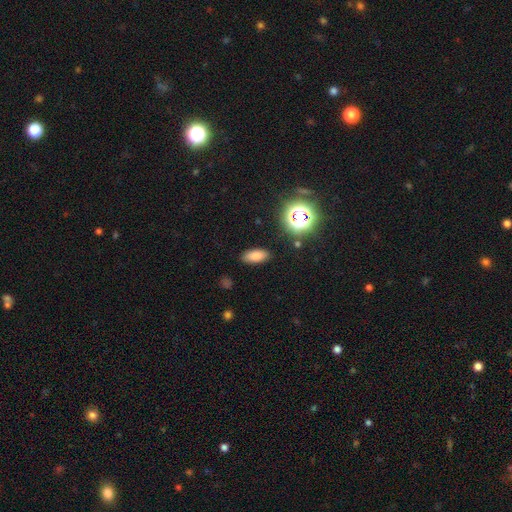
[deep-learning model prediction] Overall: smooth (79%). How rounded: in between (86%). Merging: none (87%).